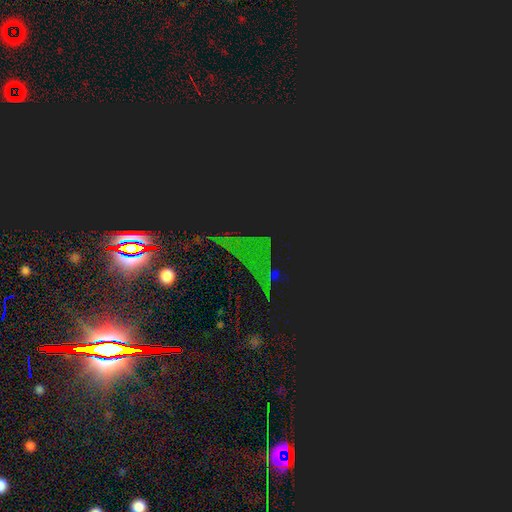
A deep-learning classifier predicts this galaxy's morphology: Smooth or featured?
  - star or artifact: 78% *
  - featured or disk: 12%
  - smooth: 10%